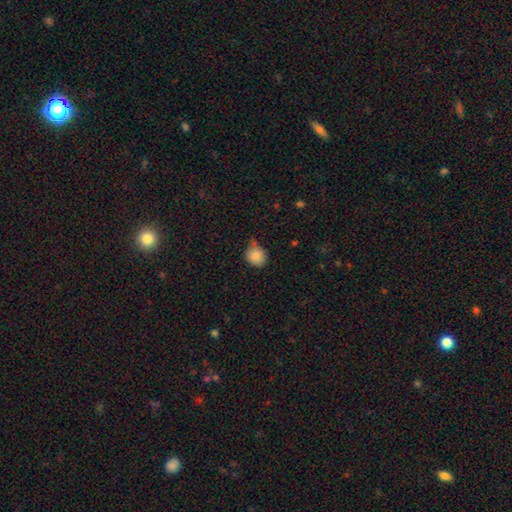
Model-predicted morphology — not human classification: Smooth or featured? Predicted: smooth (p=0.85). How rounded? Predicted: round (p=0.78). Merging? Predicted: none (p=0.58).